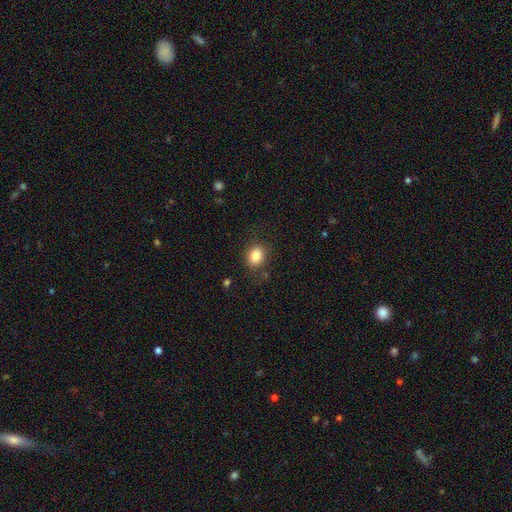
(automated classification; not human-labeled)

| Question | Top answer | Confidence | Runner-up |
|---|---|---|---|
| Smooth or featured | smooth | 84% | star or artifact (9%) |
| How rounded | in between | 54% | round (45%) |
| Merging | none | 80% | minor disturbance (13%) |